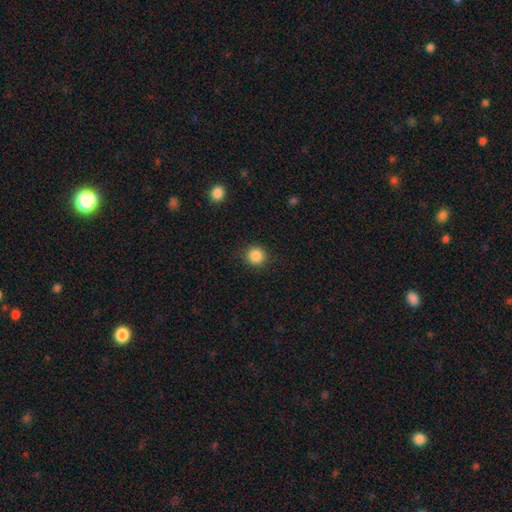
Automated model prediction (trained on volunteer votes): smooth_or_featured: smooth (p=0.87) [alt: star or artifact p=0.10]
how_rounded: round (p=0.92) [alt: in between p=0.07]
merging: none (p=0.90) [alt: minor disturbance p=0.07]